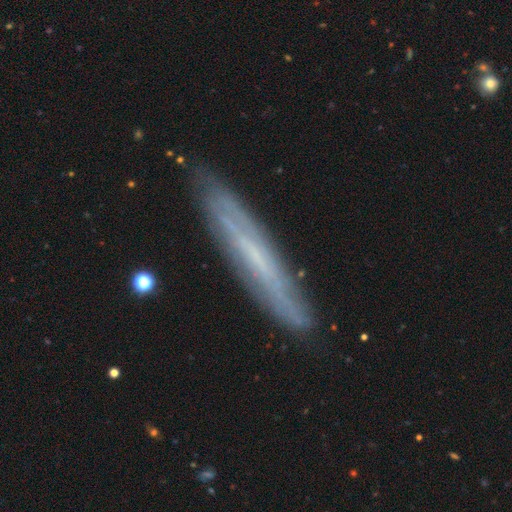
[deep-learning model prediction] A featured or disk galaxy (59%) viewed edge-on (74%). Merging: none (82%).